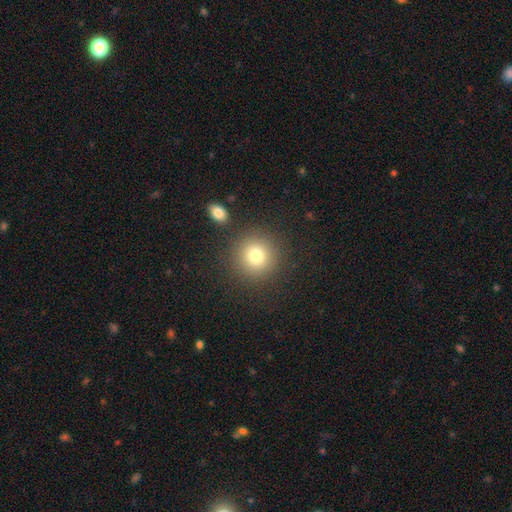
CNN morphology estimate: A smooth galaxy with no disk features (78%) that is round (93%).

Vote fractions:
- Smooth or featured? smooth: 78% / star or artifact: 13% / featured or disk: 9%
- How rounded? round: 93% / in between: 6% / cigar-shaped: 1%
- Merging? none: 87% / minor disturbance: 7% / merger: 3% / major disturbance: 3%